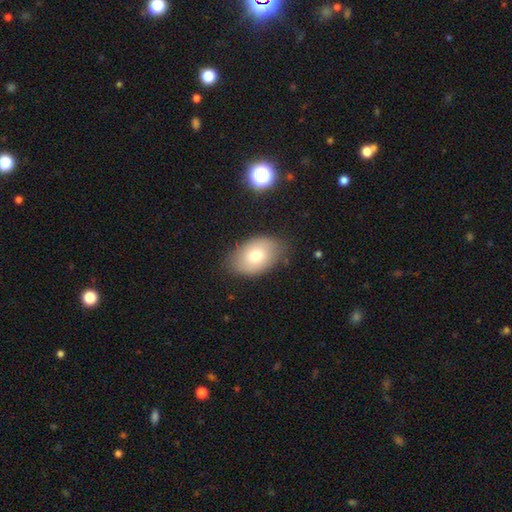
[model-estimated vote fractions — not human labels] Overall: smooth (73%). How rounded: in between (87%). Merging: none (79%).